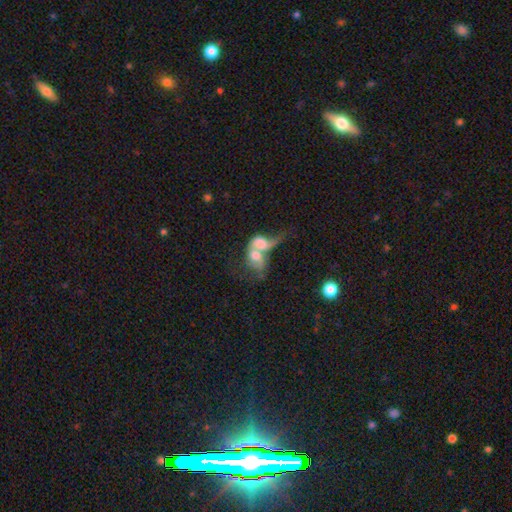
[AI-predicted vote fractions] smooth_or_featured: featured or disk (p=0.46) [alt: smooth p=0.45]
merging: merger (p=0.80) [alt: major disturbance p=0.10]